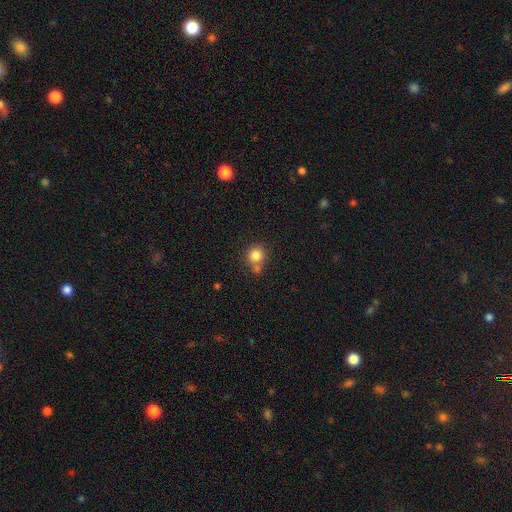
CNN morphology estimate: A smooth galaxy with no disk features (82%) that is round (90%).

Vote fractions:
- Smooth or featured? smooth: 82% / star or artifact: 11% / featured or disk: 8%
- How rounded? round: 90% / in between: 9% / cigar-shaped: 1%
- Merging? none: 59% / merger: 27% / minor disturbance: 11% / major disturbance: 3%